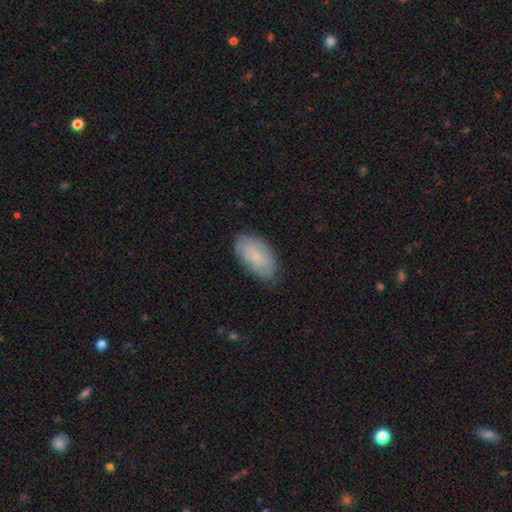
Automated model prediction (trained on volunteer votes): Smooth or featured?
  - smooth: 76% *
  - featured or disk: 17%
  - star or artifact: 6%
How rounded?
  - in between: 95% *
  - round: 3%
  - cigar-shaped: 2%
Merging?
  - none: 82% *
  - minor disturbance: 14%
  - major disturbance: 3%
  - merger: 1%